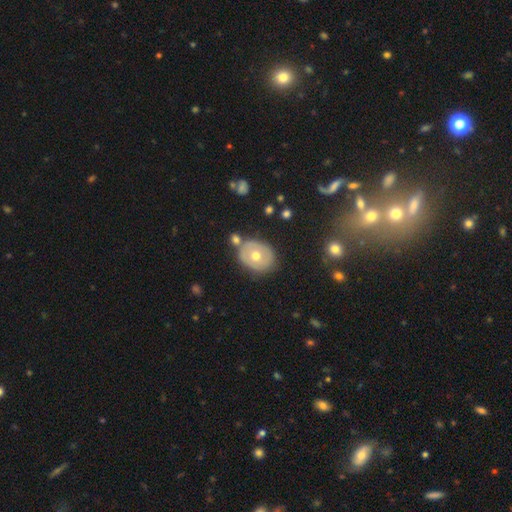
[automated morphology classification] Smooth or featured?
  - smooth: 54% *
  - featured or disk: 38%
  - star or artifact: 8%
How rounded?
  - round: 54% *
  - in between: 45%
  - cigar-shaped: 1%
Merging?
  - none: 71% *
  - minor disturbance: 15%
  - merger: 9%
  - major disturbance: 4%